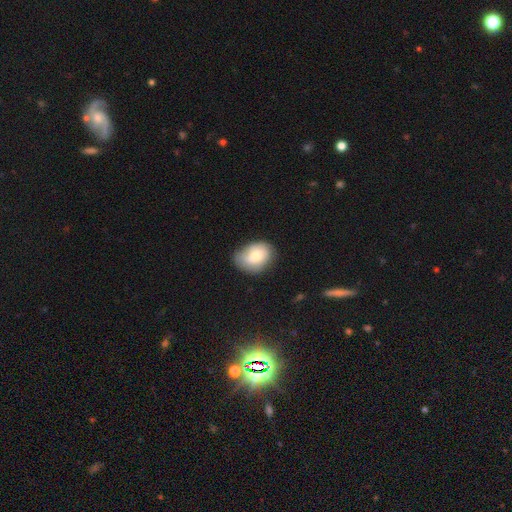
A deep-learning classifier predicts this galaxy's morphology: Smooth or featured? smooth (69%)
How rounded? in between (71%)
Merging? none (68%)